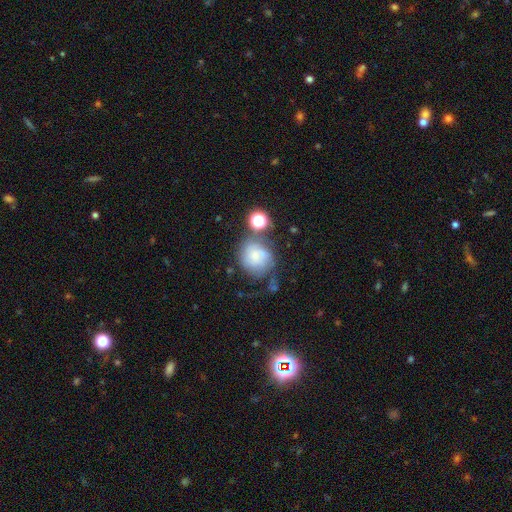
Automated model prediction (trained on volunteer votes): smooth_or_featured: smooth (p=0.55) [alt: featured or disk p=0.32]
how_rounded: round (p=0.78) [alt: in between p=0.21]
merging: none (p=0.41) [alt: minor disturbance p=0.24]